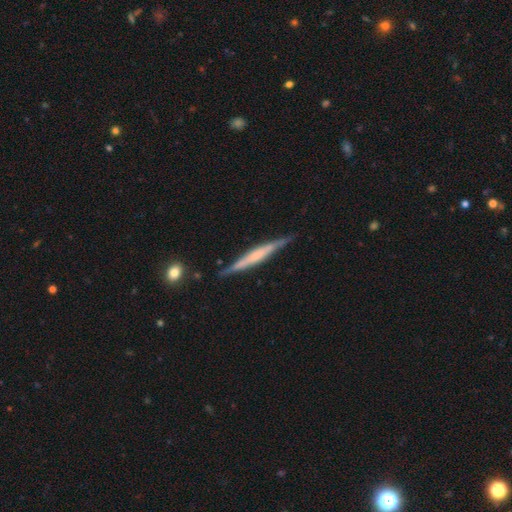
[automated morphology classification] type=featured or disk (67%); edge-on=yes (97%); edge-on bulge=none (36%); merging=none (85%).